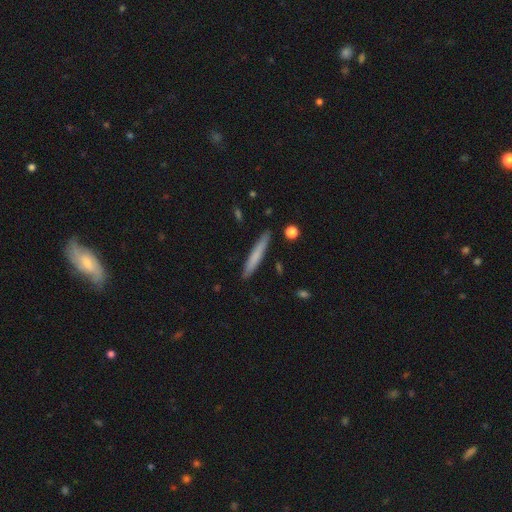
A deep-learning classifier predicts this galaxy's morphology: Smooth or featured: smooth — 69% (featured or disk — 25%)
How rounded: cigar-shaped — 96% (in between — 3%)
Merging: none — 88% (minor disturbance — 8%)